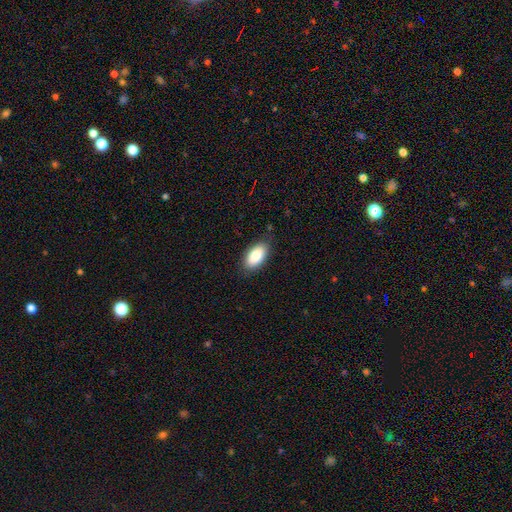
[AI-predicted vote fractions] smooth 88%, star or artifact 6%, featured or disk 6%. Down the decision tree: how rounded — in between (94%); merging — none (84%).